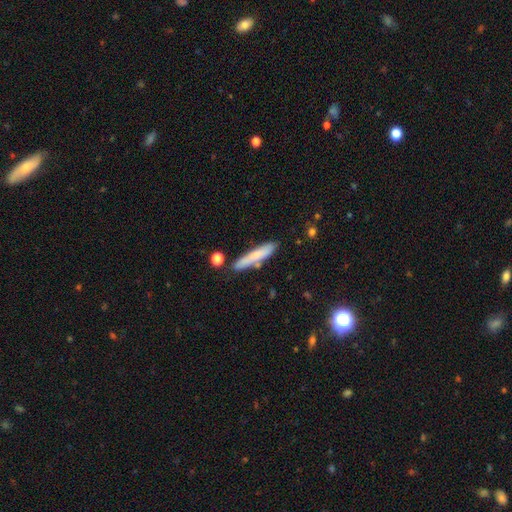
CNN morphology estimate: Smooth or featured? smooth (69%)
How rounded? cigar-shaped (88%)
Merging? none (76%)